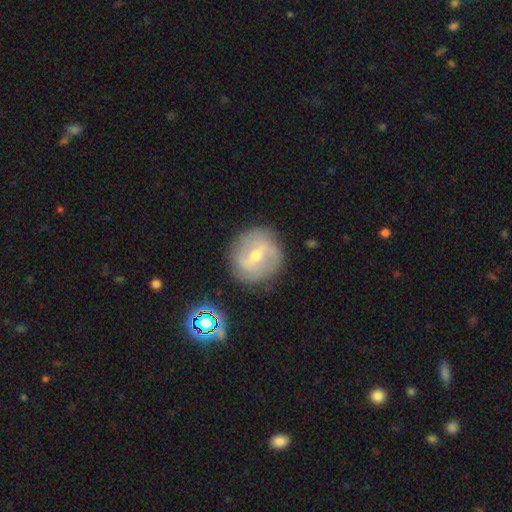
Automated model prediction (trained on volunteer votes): featured or disk 64%, smooth 26%, star or artifact 10%. Down the decision tree: edge-on disk — no (95%); bar — weak (48%); spiral arms — yes (68%); bulge size — moderate (50%); merging — none (81%).